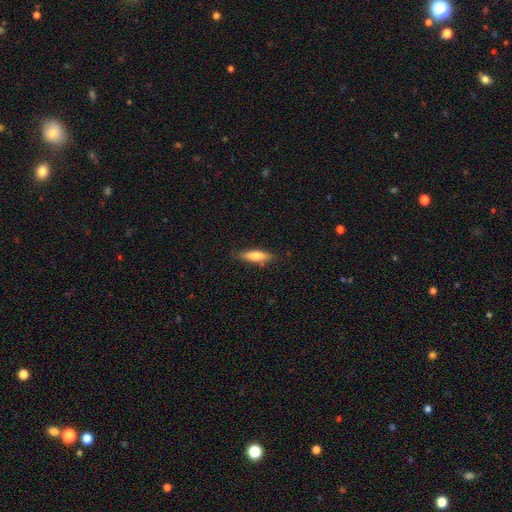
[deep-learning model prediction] This appears to be a smooth galaxy with no disk features (73%) that is cigar-shaped (64%). Merging: none (81%).